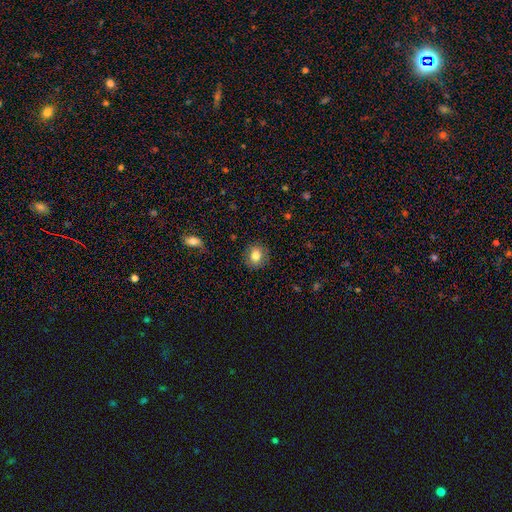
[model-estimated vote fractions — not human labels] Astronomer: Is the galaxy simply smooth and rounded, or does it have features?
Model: smooth — 80%.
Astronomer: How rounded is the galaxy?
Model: round — 76%.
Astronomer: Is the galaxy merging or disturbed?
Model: none — 85%.